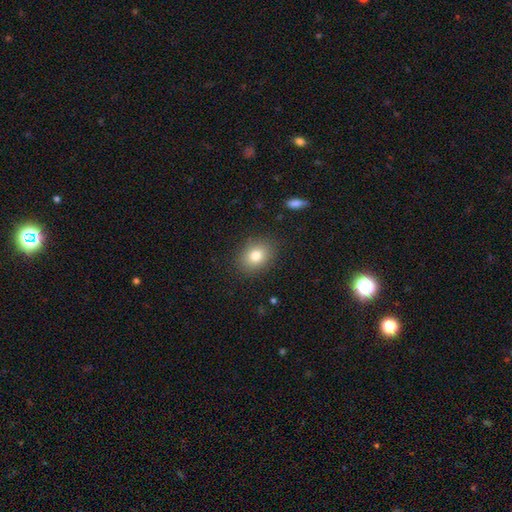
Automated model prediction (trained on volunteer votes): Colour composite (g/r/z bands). It shows a smooth galaxy with no disk features (79%) that is in between round and cigar-shaped (51%). Merging: none (87%).